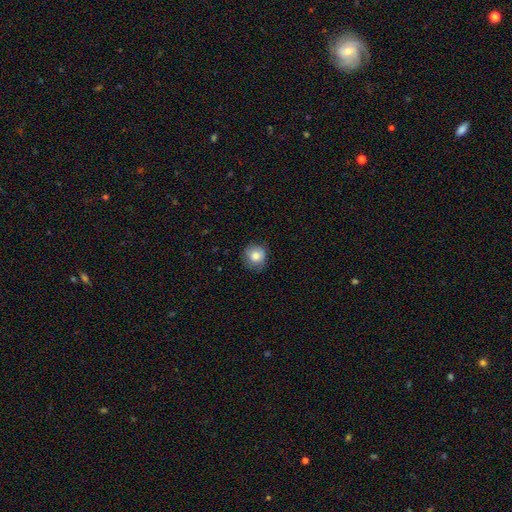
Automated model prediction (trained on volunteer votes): smooth 81%, featured or disk 10%, star or artifact 9%. Down the decision tree: how rounded — round (89%); merging — none (76%).